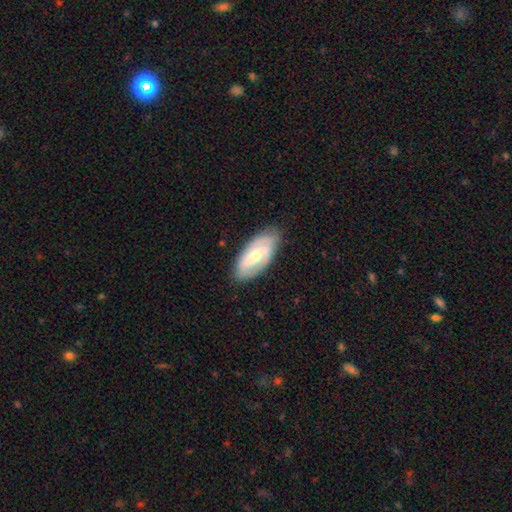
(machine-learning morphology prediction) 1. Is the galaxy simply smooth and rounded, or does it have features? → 68% featured or disk, 27% smooth, 5% star or artifact.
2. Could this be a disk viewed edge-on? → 92% no, 8% yes.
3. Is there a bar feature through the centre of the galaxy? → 42% weak, 38% no, 20% strong.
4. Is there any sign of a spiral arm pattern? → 83% yes, 17% no.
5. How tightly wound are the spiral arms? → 45% tight, 38% medium, 17% loose.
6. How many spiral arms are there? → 59% 2, 25% can't tell, 8% 3, 4% 1, 2% 4, 2% more than 4.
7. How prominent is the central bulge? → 48% small (tied), 48% moderate (tied), 2% large, 1% none, 1% dominant.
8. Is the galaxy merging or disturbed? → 78% none, 17% minor disturbance, 4% major disturbance, 1% merger.